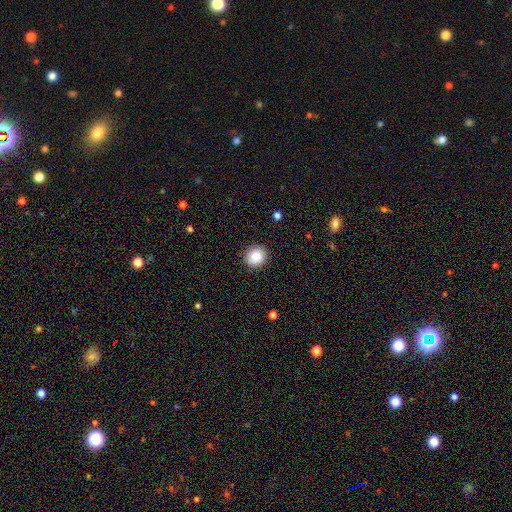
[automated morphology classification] A smooth galaxy with no disk features (85%) that is round (88%).

Vote fractions:
- Smooth or featured? smooth: 85% / star or artifact: 9% / featured or disk: 6%
- How rounded? round: 88% / in between: 11% / cigar-shaped: 1%
- Merging? none: 90% / minor disturbance: 7% / major disturbance: 2% / merger: 1%